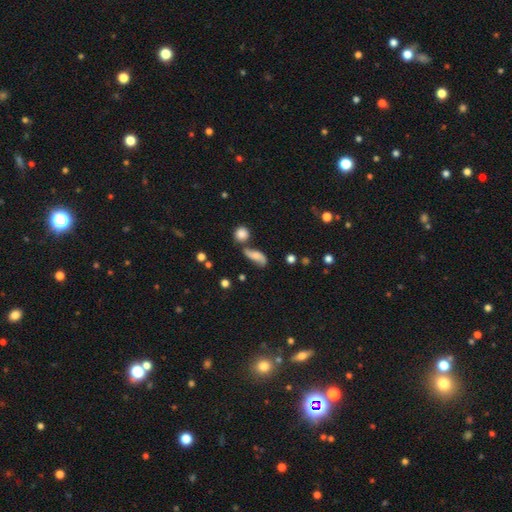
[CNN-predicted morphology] smooth 55%, featured or disk 34%, star or artifact 11%. Down the decision tree: how rounded — in between (65%); merging — none (51%).